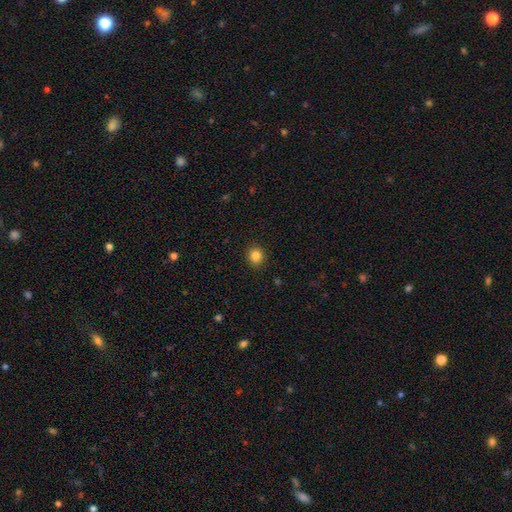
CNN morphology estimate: Smooth or featured? Predicted: smooth (p=0.84). How rounded? Predicted: round (p=0.85). Merging? Predicted: none (p=0.92).